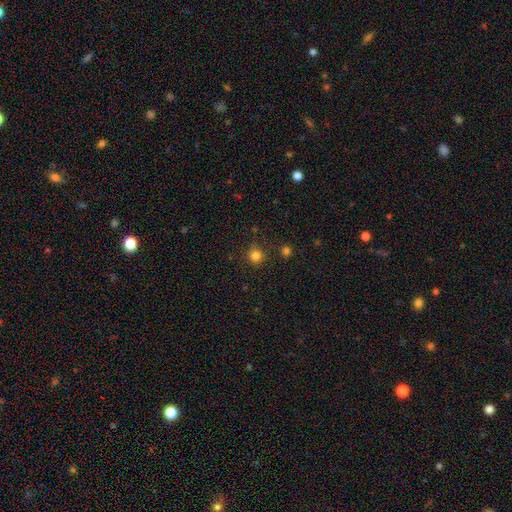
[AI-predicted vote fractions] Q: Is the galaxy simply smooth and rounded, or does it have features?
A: smooth — 81%.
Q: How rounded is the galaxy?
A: round — 94%.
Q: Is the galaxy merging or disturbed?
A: none — 85%.